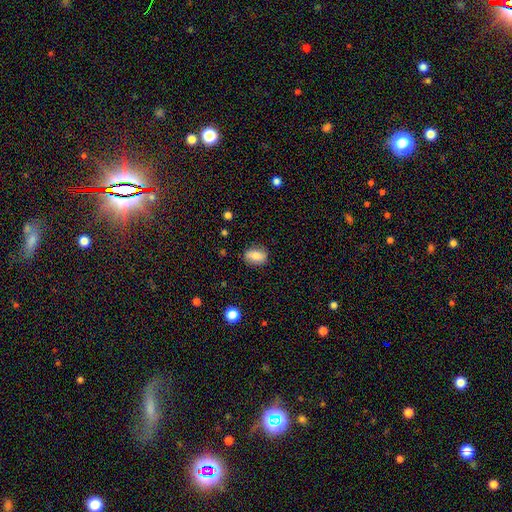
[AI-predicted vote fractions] This appears to be a smooth galaxy with no disk features (78%) that is in between round and cigar-shaped (77%). Merging: none (82%).